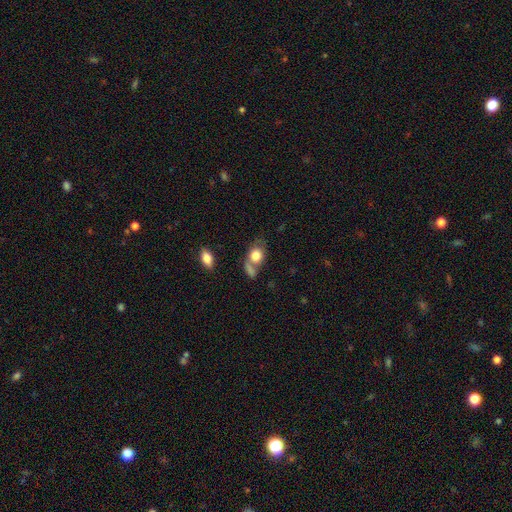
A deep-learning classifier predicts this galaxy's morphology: smooth 76%, featured or disk 16%, star or artifact 8%. Down the decision tree: how rounded — in between (62%); merging — none (38%).